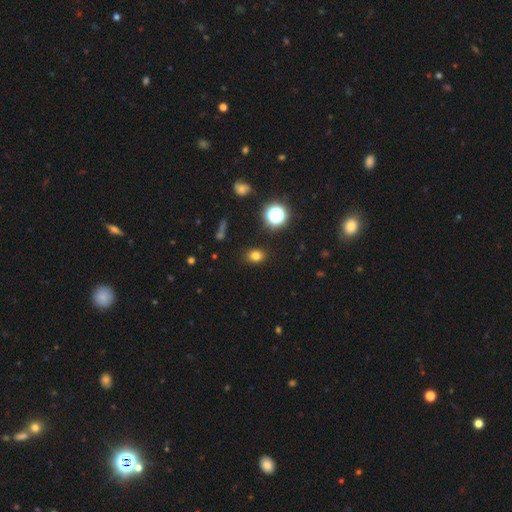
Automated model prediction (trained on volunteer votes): This is likely a smooth galaxy (77%). How rounded: possibly round (51%). Merging: clearly none (88%).